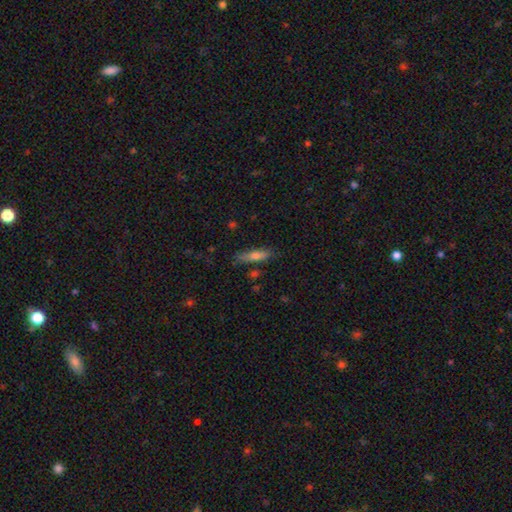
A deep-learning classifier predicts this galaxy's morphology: Q: Smooth or featured?
A: smooth (68%); runner-up: featured or disk (24%)
Q: How rounded?
A: cigar-shaped (74%); runner-up: in between (24%)
Q: Merging?
A: none (77%); runner-up: minor disturbance (16%)